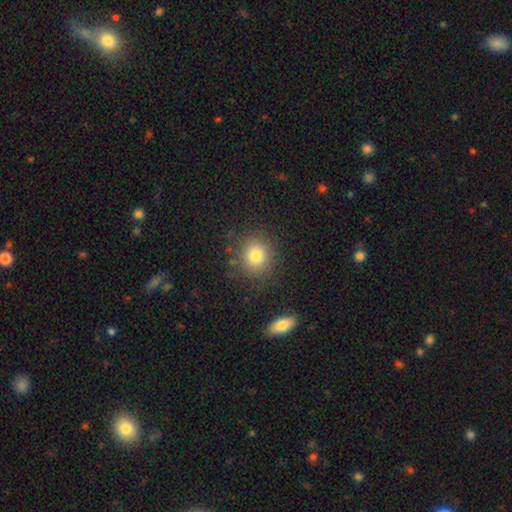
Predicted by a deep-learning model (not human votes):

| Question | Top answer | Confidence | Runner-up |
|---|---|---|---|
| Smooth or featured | smooth | 79% | star or artifact (12%) |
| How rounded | round | 88% | in between (11%) |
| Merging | none | 84% | minor disturbance (9%) |